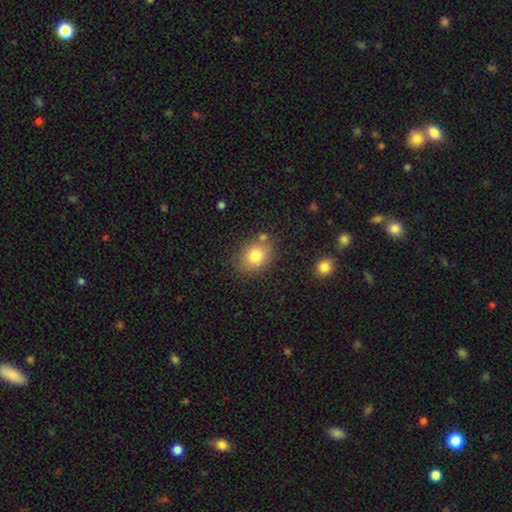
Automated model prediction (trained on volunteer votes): The model was most divided on "how rounded": in between: 52%, round: 47%, cigar-shaped: 1%. More confident: smooth or featured — smooth (80%); merging — none (75%).